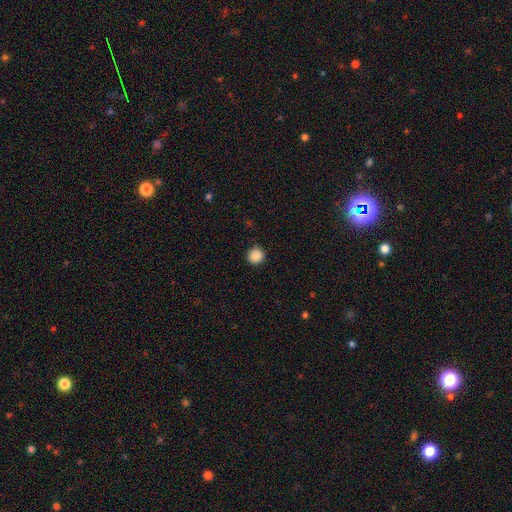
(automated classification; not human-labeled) The model was most divided on "smooth or featured": smooth: 88%, star or artifact: 9%, featured or disk: 2%. More confident: how rounded — round (95%); merging — none (90%).